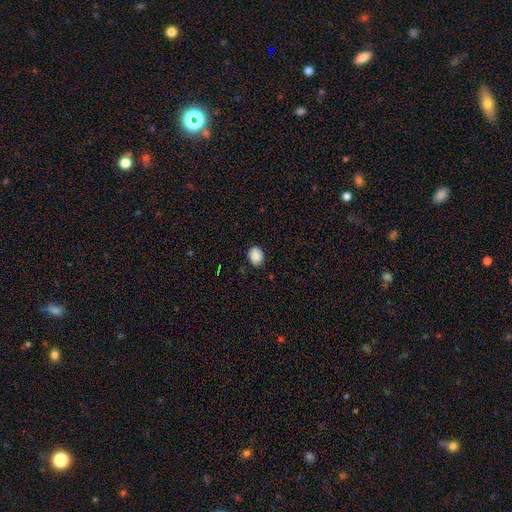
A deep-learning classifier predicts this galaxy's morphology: smooth-or-featured: smooth: 87% | star or artifact: 8% | featured or disk: 4%
  how-rounded: in between: 50% | round: 49% | cigar-shaped: 1%
  merging: none: 84% | minor disturbance: 13% | major disturbance: 2% | merger: 1%